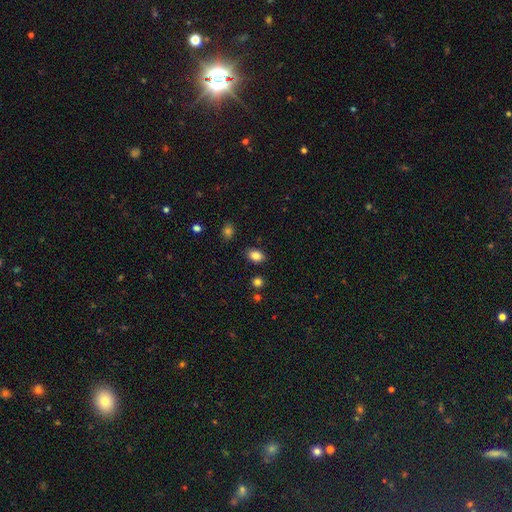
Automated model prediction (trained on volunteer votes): Overall: smooth (85%). How rounded: in between (81%). Merging: none (85%).